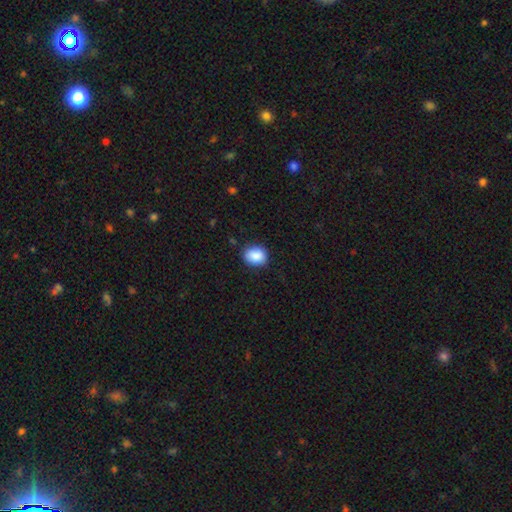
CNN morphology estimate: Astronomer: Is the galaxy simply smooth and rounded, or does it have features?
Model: smooth — 88%.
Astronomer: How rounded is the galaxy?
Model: in between — 54% (runner-up: round, 45%).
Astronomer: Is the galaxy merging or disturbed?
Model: none — 84%.